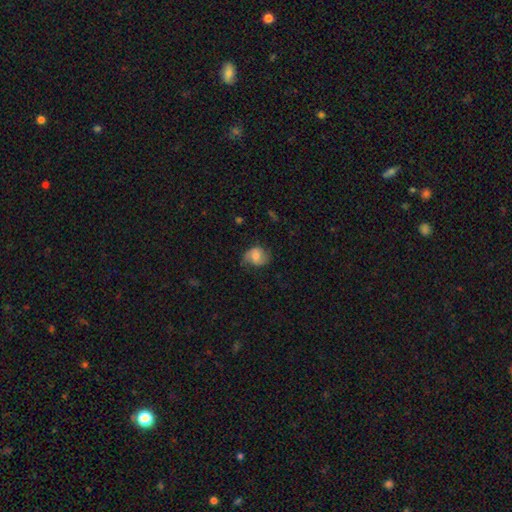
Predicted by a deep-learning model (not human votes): Morphology: type=featured or disk (49%); merging=none (62%).